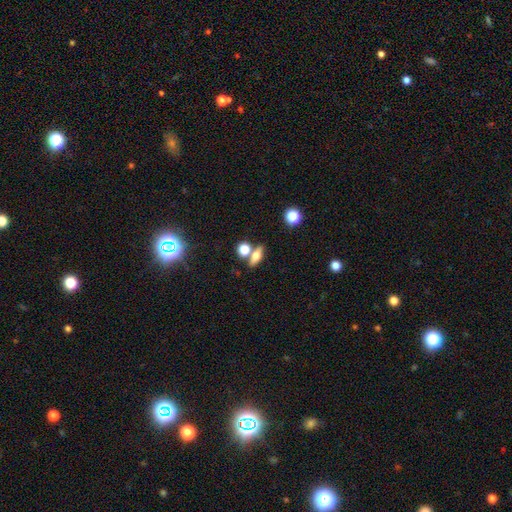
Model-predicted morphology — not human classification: This is likely a smooth galaxy (62%). How rounded: possibly in between (57%). Merging: likely none (61%).